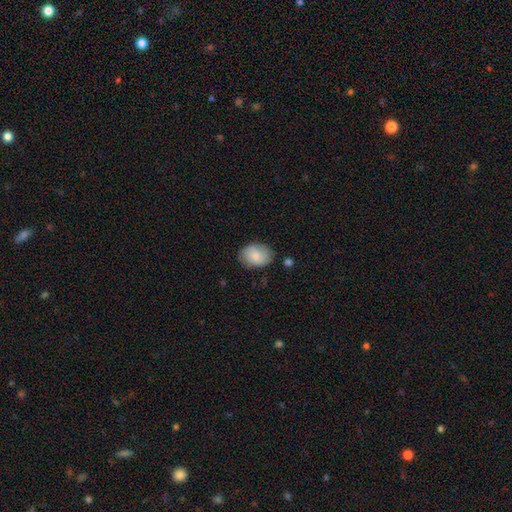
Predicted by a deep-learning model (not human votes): Overall: smooth (82%). How rounded: in between (78%). Merging: none (78%).